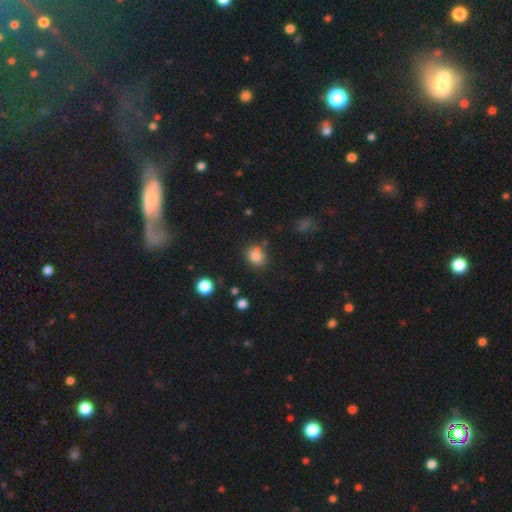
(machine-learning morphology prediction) smooth 82%, star or artifact 12%, featured or disk 6%. Down the decision tree: how rounded — round (64%); merging — none (72%).